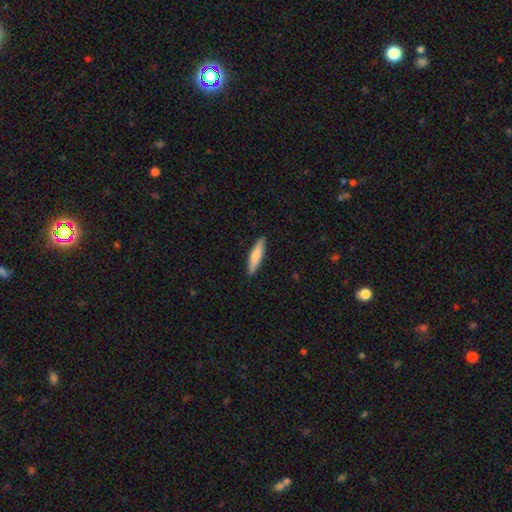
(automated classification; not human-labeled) Overall: smooth (72%). How rounded: cigar-shaped (82%). Merging: none (89%).